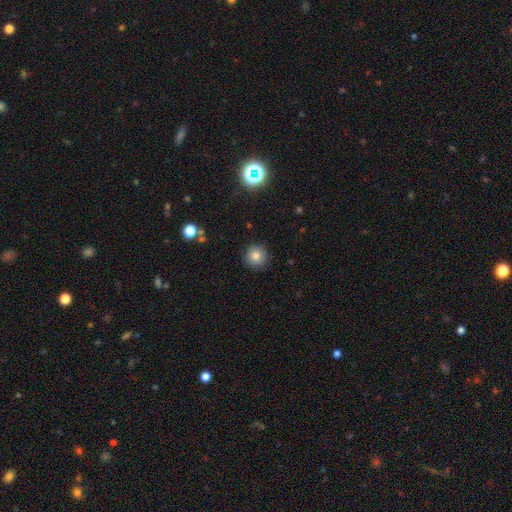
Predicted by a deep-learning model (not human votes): Smooth or featured?
  - smooth: 81% *
  - star or artifact: 12%
  - featured or disk: 7%
How rounded?
  - round: 95% *
  - in between: 4%
  - cigar-shaped: 1%
Merging?
  - none: 90% *
  - minor disturbance: 7%
  - major disturbance: 2%
  - merger: 1%